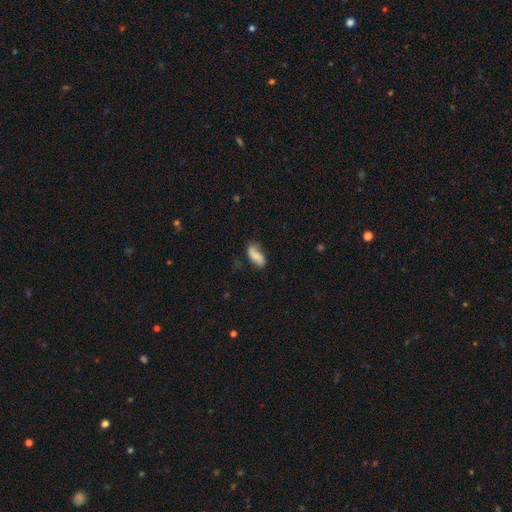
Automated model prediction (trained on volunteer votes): A smooth galaxy with no disk features (71%) that is in between round and cigar-shaped (85%). Merging: none (69%).